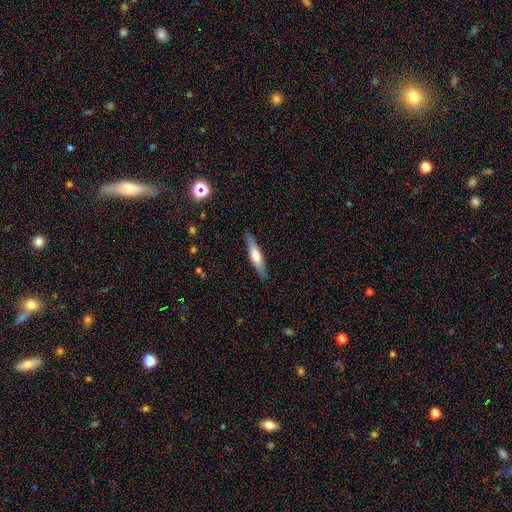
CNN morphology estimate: smooth 53%, featured or disk 42%, star or artifact 6%. Down the decision tree: how rounded — cigar-shaped (83%); merging — none (89%).